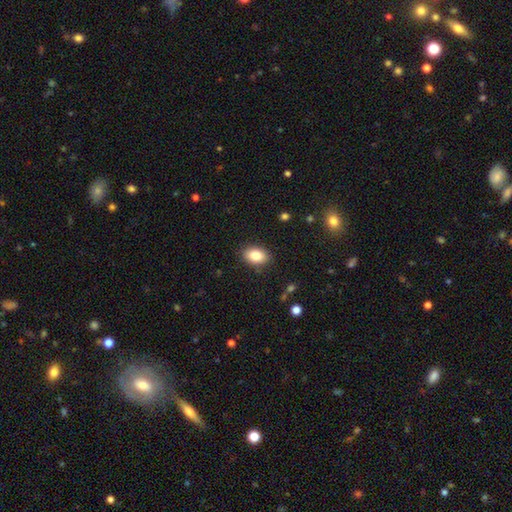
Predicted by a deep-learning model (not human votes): A smooth galaxy with no disk features (84%) that is in between round and cigar-shaped (86%). Merging: none (87%).